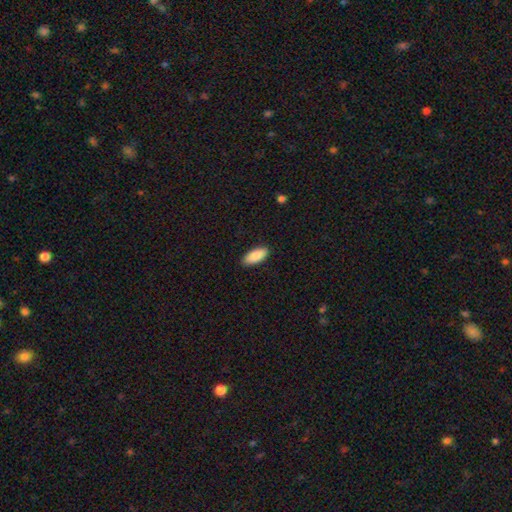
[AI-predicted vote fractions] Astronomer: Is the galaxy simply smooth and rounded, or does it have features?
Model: smooth — 87%.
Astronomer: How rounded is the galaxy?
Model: in between — 86%.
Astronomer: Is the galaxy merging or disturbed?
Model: none — 89%.